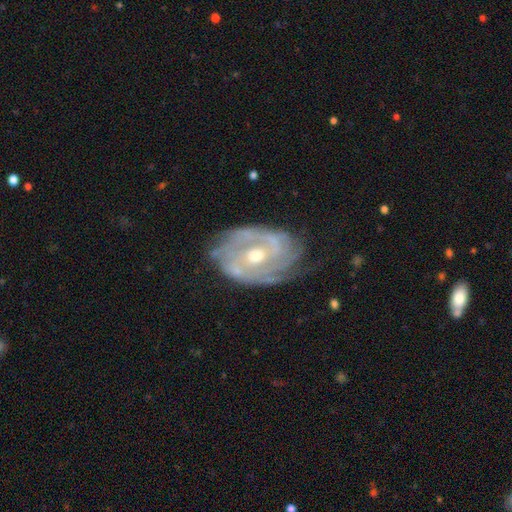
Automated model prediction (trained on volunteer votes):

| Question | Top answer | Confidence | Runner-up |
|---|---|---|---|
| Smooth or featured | featured or disk | 88% | smooth (7%) |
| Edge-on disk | no | 96% | yes (4%) |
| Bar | no | 57% | weak (33%) |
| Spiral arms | yes | 94% | no (6%) |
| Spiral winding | tight | 63% | medium (30%) |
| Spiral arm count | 2 | 33% | can't tell (27%) |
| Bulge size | moderate | 71% | small (22%) |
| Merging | none | 68% | minor disturbance (22%) |